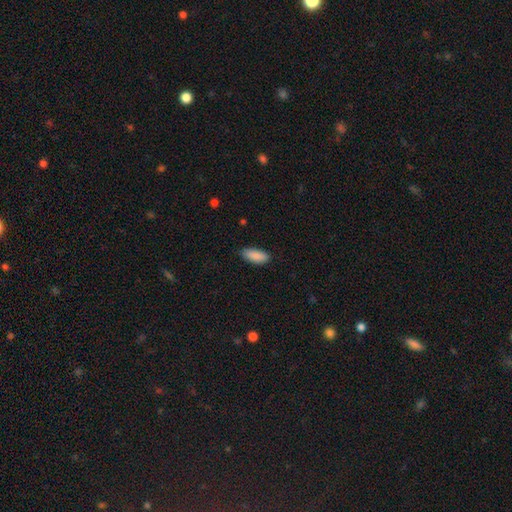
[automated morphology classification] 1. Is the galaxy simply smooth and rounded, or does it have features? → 90% smooth, 6% star or artifact, 4% featured or disk.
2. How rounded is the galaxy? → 82% in between, 16% cigar-shaped, 2% round.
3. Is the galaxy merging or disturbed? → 85% none, 12% minor disturbance, 2% major disturbance, 1% merger.